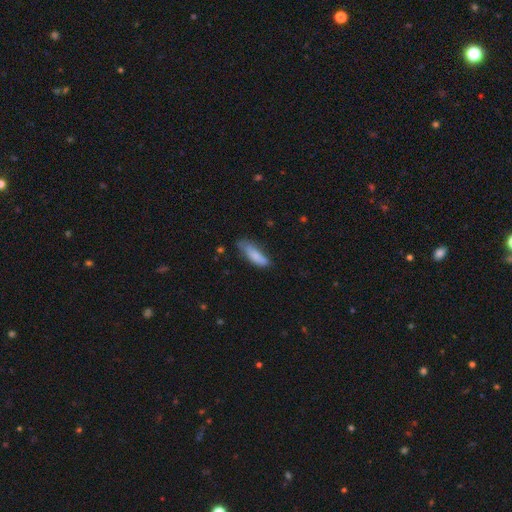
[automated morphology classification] This is clearly a smooth galaxy (80%). How rounded: possibly cigar-shaped (51%). Merging: possibly none (51%).